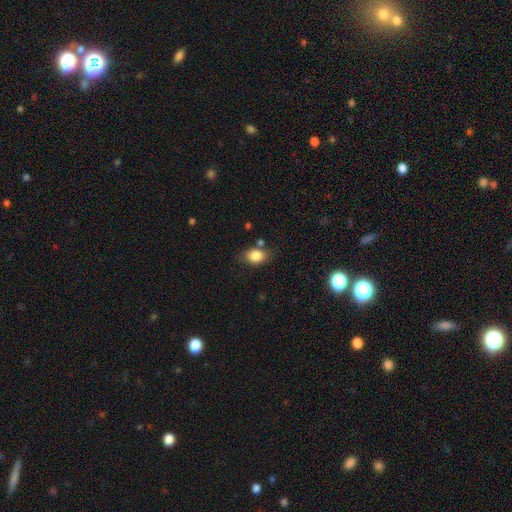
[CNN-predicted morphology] A smooth galaxy with no disk features (83%) that is in between round and cigar-shaped (69%).

Vote fractions:
- Smooth or featured? smooth: 83% / star or artifact: 9% / featured or disk: 8%
- How rounded? in between: 69% / round: 30% / cigar-shaped: 1%
- Merging? none: 70% / minor disturbance: 17% / merger: 7% / major disturbance: 5%